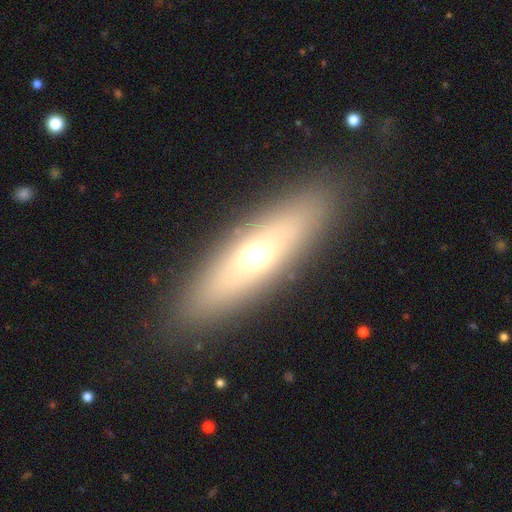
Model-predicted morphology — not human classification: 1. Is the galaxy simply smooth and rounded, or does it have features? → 54% smooth, 35% featured or disk, 11% star or artifact.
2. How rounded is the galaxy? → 53% cigar-shaped, 43% in between, 4% round.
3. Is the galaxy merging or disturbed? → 88% none, 7% minor disturbance, 4% major disturbance, 1% merger.